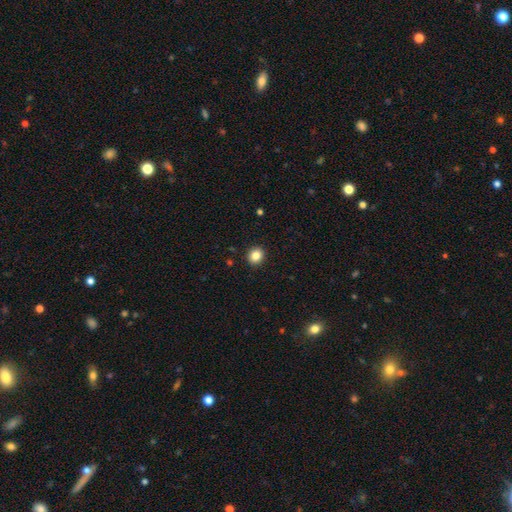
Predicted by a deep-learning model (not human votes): smooth-or-featured: smooth: 85% | star or artifact: 10% | featured or disk: 5%
  how-rounded: round: 76% | in between: 23% | cigar-shaped: 1%
  merging: none: 92% | minor disturbance: 5% | major disturbance: 2% | merger: 1%